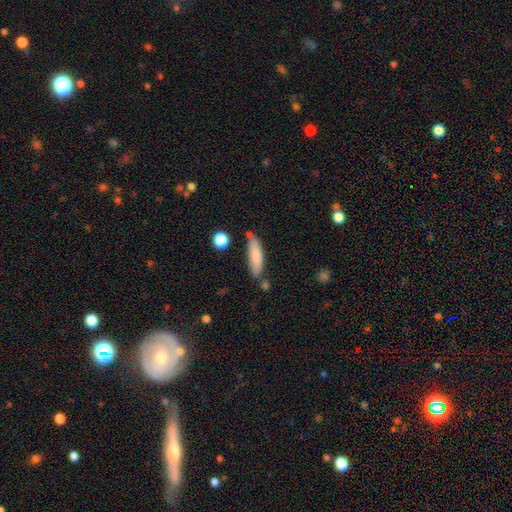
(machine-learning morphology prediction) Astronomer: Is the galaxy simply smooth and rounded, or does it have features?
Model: smooth — 81%.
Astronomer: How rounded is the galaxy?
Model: cigar-shaped — 66%.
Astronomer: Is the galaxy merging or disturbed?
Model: none — 69%.